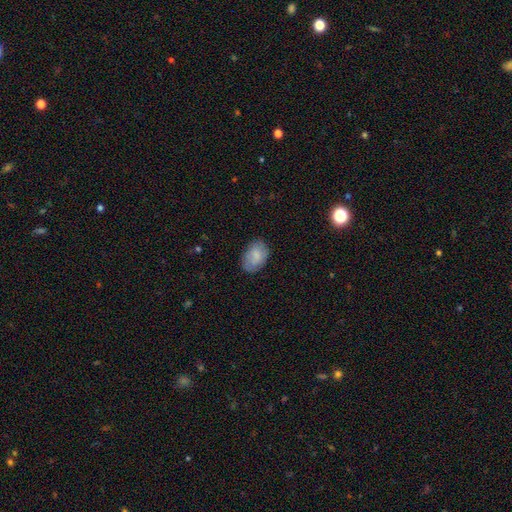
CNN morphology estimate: Smooth or featured?
  - smooth: 76% *
  - featured or disk: 17%
  - star or artifact: 7%
How rounded?
  - in between: 88% *
  - round: 11%
  - cigar-shaped: 1%
Merging?
  - none: 75% *
  - minor disturbance: 19%
  - major disturbance: 4%
  - merger: 1%